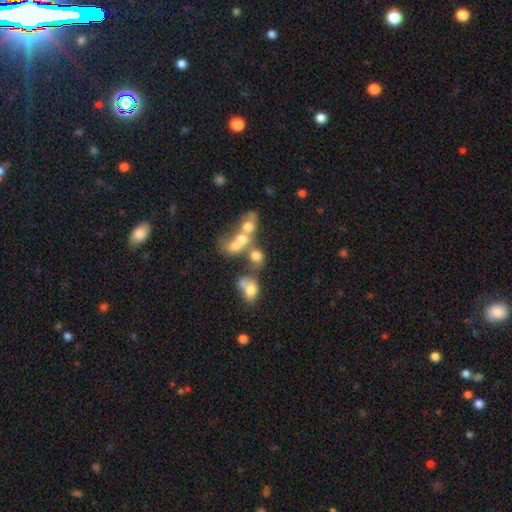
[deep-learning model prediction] smooth-or-featured: smooth: 60% | featured or disk: 24% | star or artifact: 16%
  how-rounded: round: 51% | in between: 46% | cigar-shaped: 3%
  merging: merger: 56% | none: 25% | major disturbance: 10% | minor disturbance: 9%